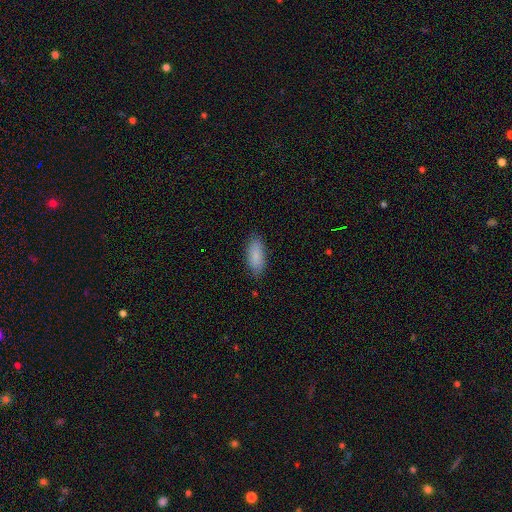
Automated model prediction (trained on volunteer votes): This appears to be a smooth galaxy with no disk features (85%) that is in between round and cigar-shaped (82%). Merging: none (83%).